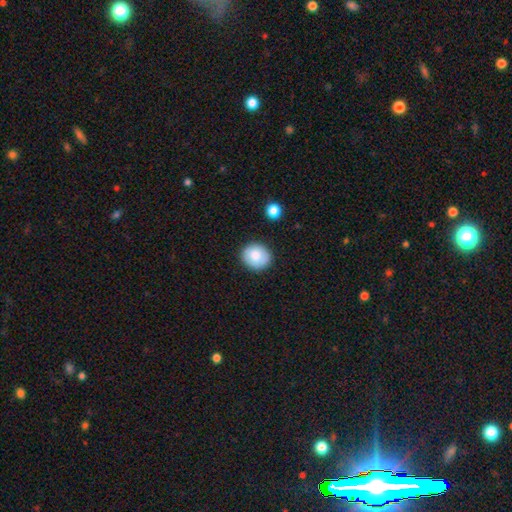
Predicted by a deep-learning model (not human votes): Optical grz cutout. It shows a smooth galaxy with no disk features (82%) that is round (80%). Merging: none (87%).